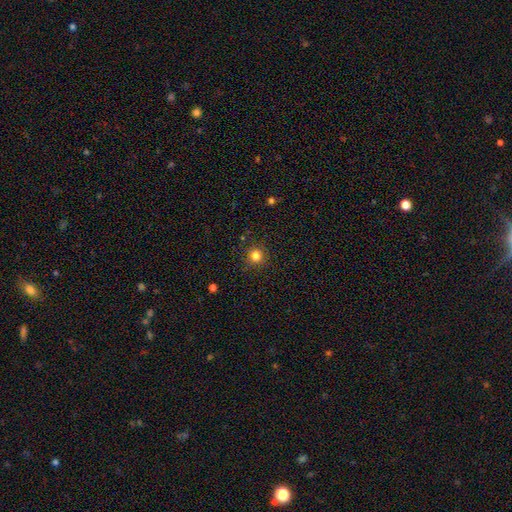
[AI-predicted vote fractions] This appears to be a smooth galaxy with no disk features (82%) that is round (93%). Merging: none (89%).